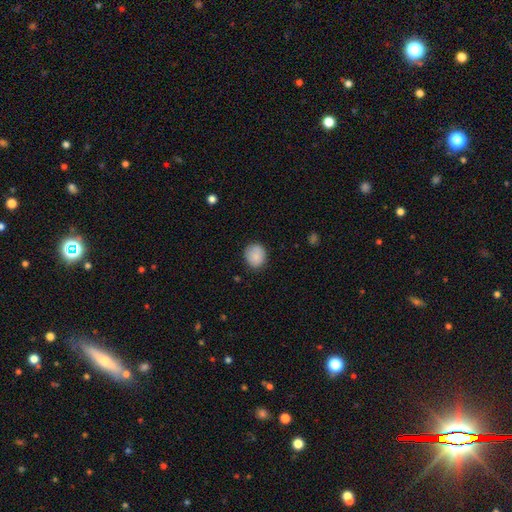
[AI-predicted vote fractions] A smooth galaxy with no disk features (87%) that is round (74%). Merging: none (83%).